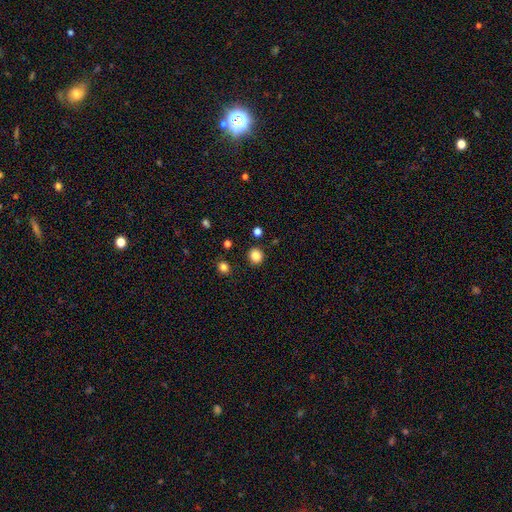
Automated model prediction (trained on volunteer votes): Smooth or featured? Predicted: smooth (p=0.85). How rounded? Predicted: round (p=0.85). Merging? Predicted: none (p=0.89).